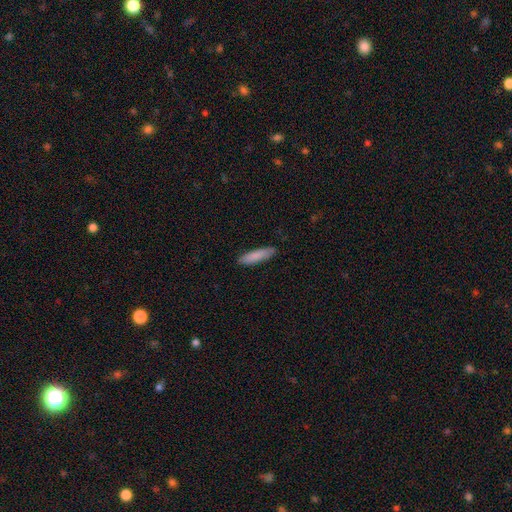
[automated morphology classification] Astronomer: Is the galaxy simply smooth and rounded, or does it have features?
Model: smooth — 86%.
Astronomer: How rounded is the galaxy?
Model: cigar-shaped — 74%.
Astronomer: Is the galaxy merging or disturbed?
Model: none — 88%.